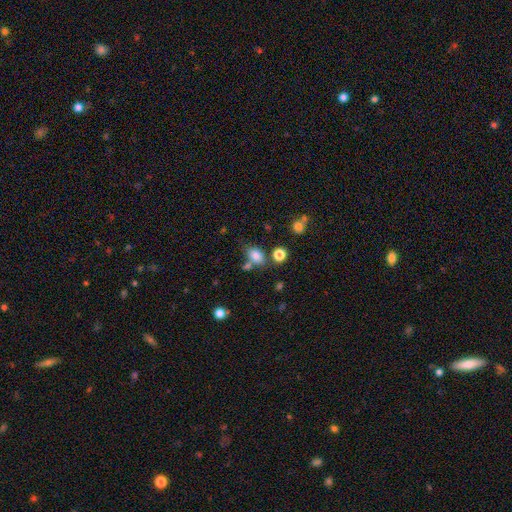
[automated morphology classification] Smooth or featured?
  - smooth: 82% *
  - star or artifact: 11%
  - featured or disk: 7%
How rounded?
  - in between: 81% *
  - round: 17%
  - cigar-shaped: 2%
Merging?
  - none: 59% *
  - merger: 20%
  - minor disturbance: 16%
  - major disturbance: 6%